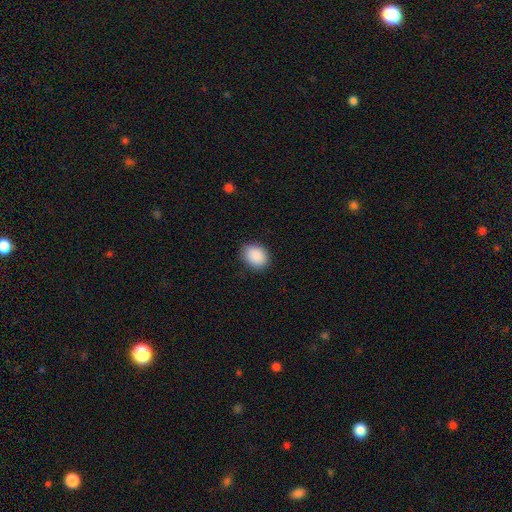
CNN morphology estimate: This appears to be a smooth galaxy with no disk features (90%) that is in between round and cigar-shaped (59%). Merging: none (87%).